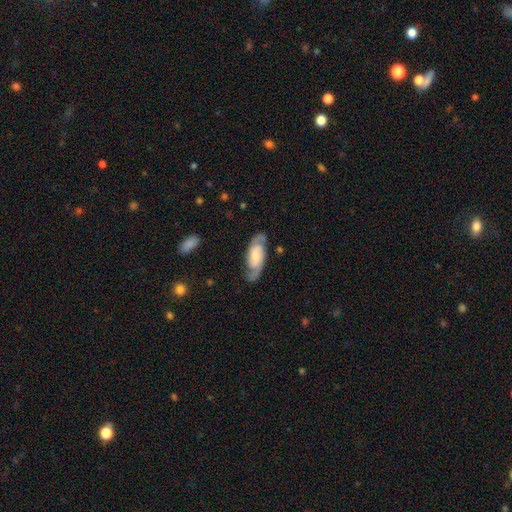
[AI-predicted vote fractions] This appears to be a featured or disk galaxy (77%) with no bar (43%), 2 (87%) medium (48%) spiral arms (95%) and a small central bulge (37%). Merging: none (77%).